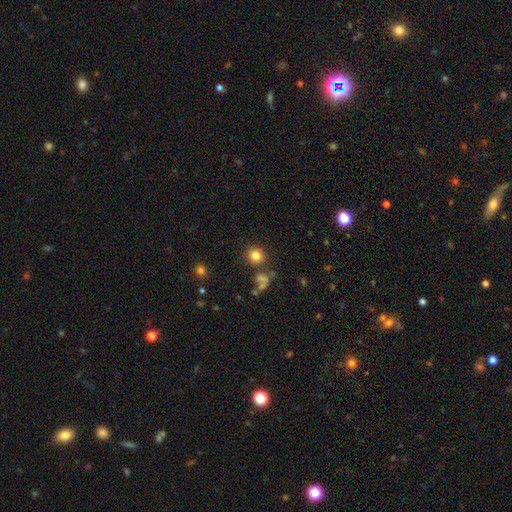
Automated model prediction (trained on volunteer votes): A smooth galaxy with no disk features (81%) that is round (88%).

Vote fractions:
- Smooth or featured? smooth: 81% / star or artifact: 13% / featured or disk: 6%
- How rounded? round: 88% / in between: 11% / cigar-shaped: 1%
- Merging? none: 80% / minor disturbance: 9% / merger: 7% / major disturbance: 4%